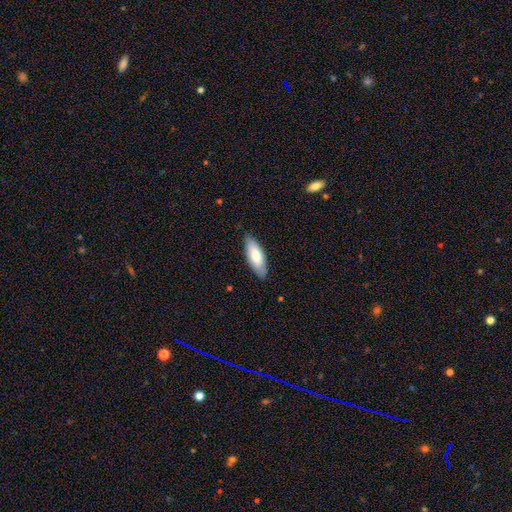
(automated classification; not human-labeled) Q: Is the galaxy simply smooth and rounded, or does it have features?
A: smooth — 75%.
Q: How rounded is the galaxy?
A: in between — 69%.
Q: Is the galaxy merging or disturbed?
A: none — 85%.